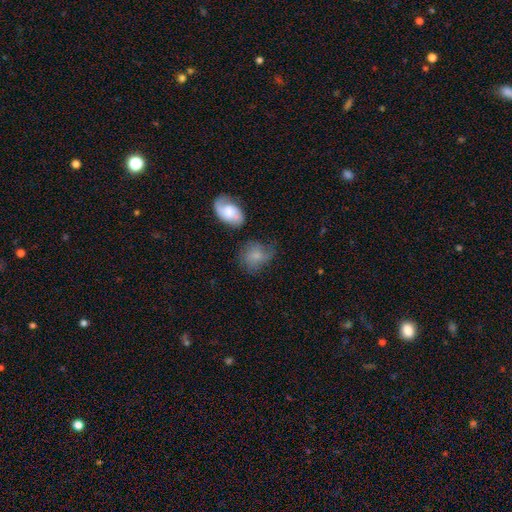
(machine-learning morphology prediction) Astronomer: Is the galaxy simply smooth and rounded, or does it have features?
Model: smooth — 71%.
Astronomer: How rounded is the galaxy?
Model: in between — 51% (runner-up: round, 47%).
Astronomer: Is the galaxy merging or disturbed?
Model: none — 46% (runner-up: minor disturbance, 28%).